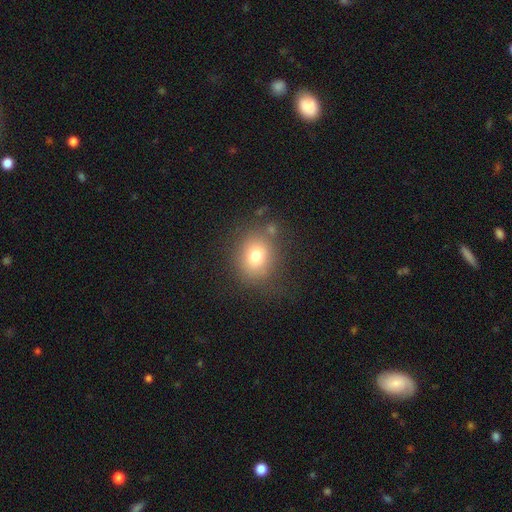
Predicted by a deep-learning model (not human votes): Smooth or featured?
  - smooth: 75% *
  - star or artifact: 13%
  - featured or disk: 12%
How rounded?
  - round: 67% *
  - in between: 32%
  - cigar-shaped: 1%
Merging?
  - none: 75% *
  - minor disturbance: 14%
  - major disturbance: 6%
  - merger: 5%